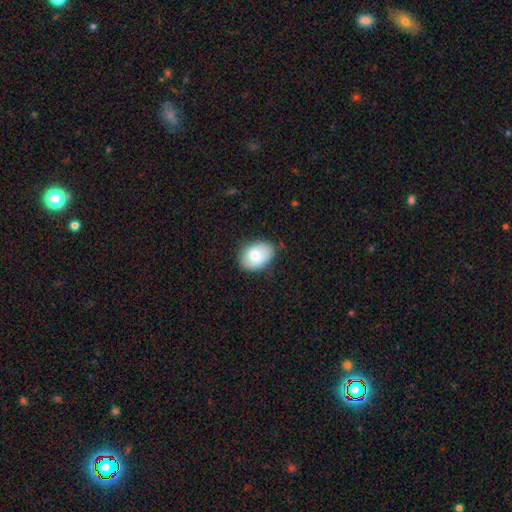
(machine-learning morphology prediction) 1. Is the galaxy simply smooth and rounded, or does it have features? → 79% smooth, 14% featured or disk, 7% star or artifact.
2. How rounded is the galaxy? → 81% in between, 18% round, 1% cigar-shaped.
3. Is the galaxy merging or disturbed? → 75% none, 20% minor disturbance, 4% major disturbance, 1% merger.